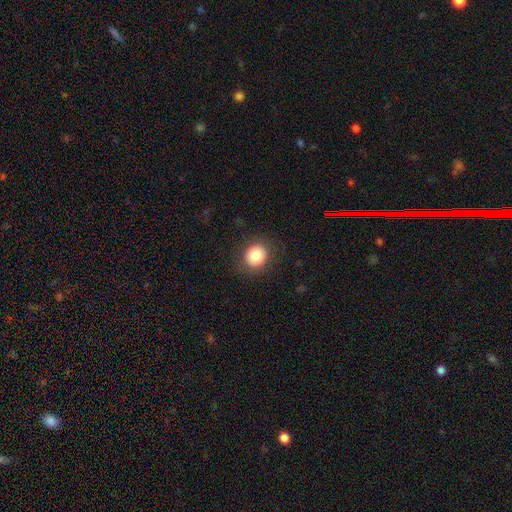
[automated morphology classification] Smooth or featured: smooth — 83% (star or artifact — 10%)
How rounded: round — 85% (in between — 14%)
Merging: none — 88% (minor disturbance — 8%)